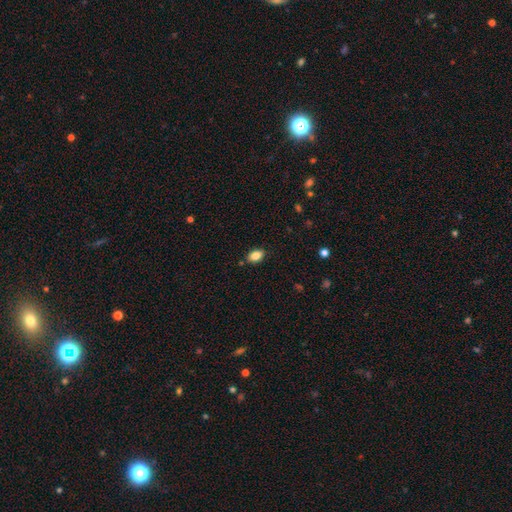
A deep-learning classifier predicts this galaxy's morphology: smooth-or-featured: smooth: 85% | star or artifact: 9% | featured or disk: 6%
  how-rounded: in between: 86% | round: 12% | cigar-shaped: 2%
  merging: none: 84% | minor disturbance: 11% | merger: 2% | major disturbance: 2%